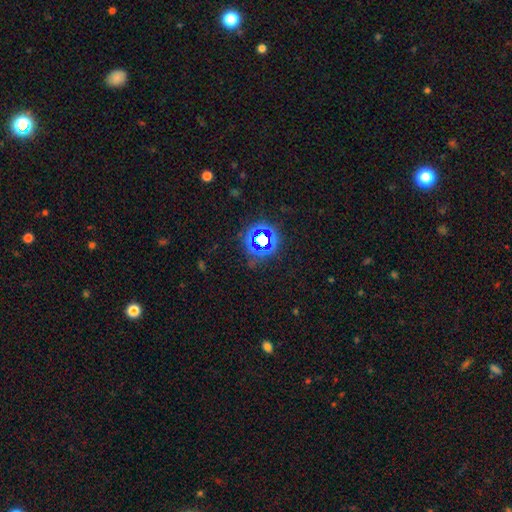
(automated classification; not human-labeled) This is likely a star or artifact rather than a galaxy (73%).